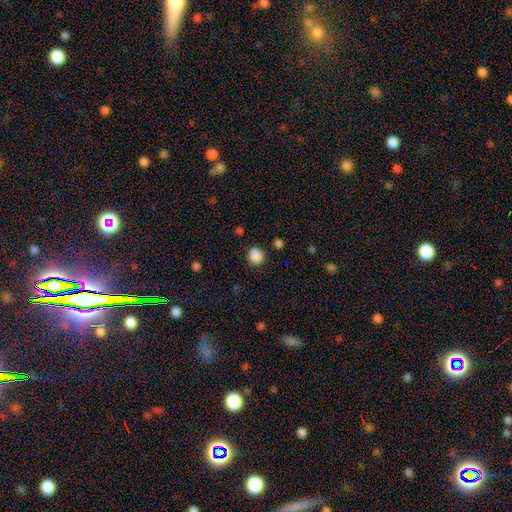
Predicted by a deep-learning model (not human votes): Morphology: type=smooth (87%); roundness=round (79%); merging=none (83%).